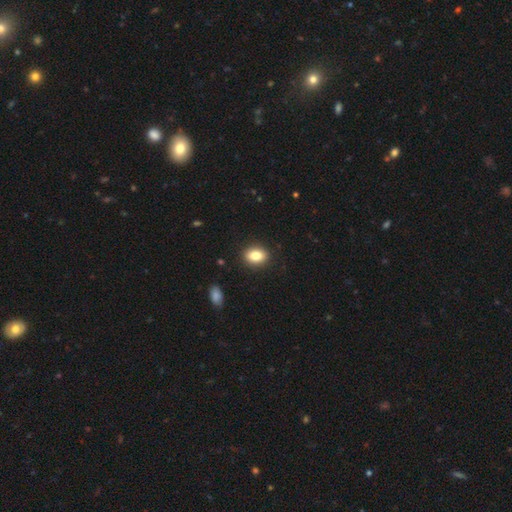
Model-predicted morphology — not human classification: Smooth or featured?
  - smooth: 83% *
  - star or artifact: 9%
  - featured or disk: 8%
How rounded?
  - in between: 68% *
  - round: 31%
  - cigar-shaped: 1%
Merging?
  - none: 89% *
  - minor disturbance: 7%
  - major disturbance: 2%
  - merger: 1%